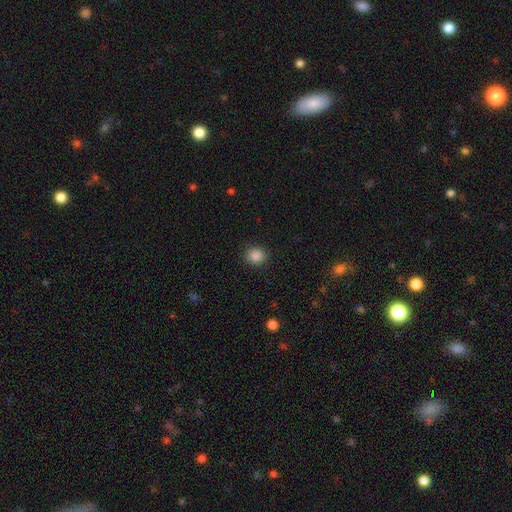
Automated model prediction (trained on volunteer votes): This is clearly a smooth galaxy (86%). How rounded: likely round (74%). Merging: clearly none (90%).